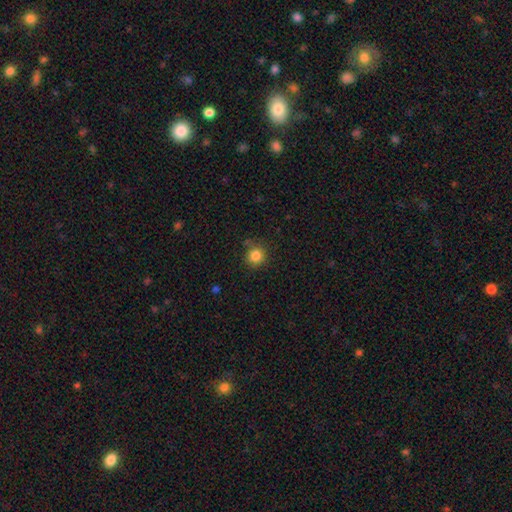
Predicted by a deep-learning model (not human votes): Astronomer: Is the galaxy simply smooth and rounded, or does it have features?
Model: smooth — 84%.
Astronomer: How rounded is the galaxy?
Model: round — 92%.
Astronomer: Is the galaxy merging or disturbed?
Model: none — 83%.